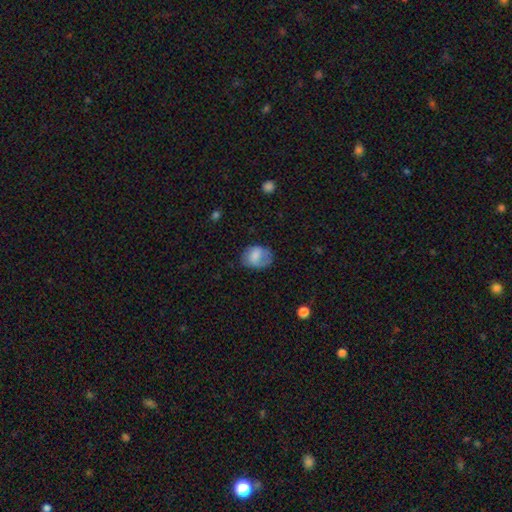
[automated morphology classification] type=smooth (72%); roundness=in between (58%); merging=none (54%).